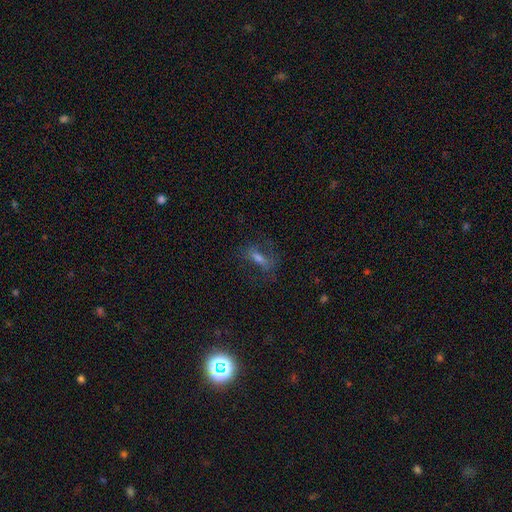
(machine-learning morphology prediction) Overall: featured or disk (37%; smooth 33%). Merging: none (66%).